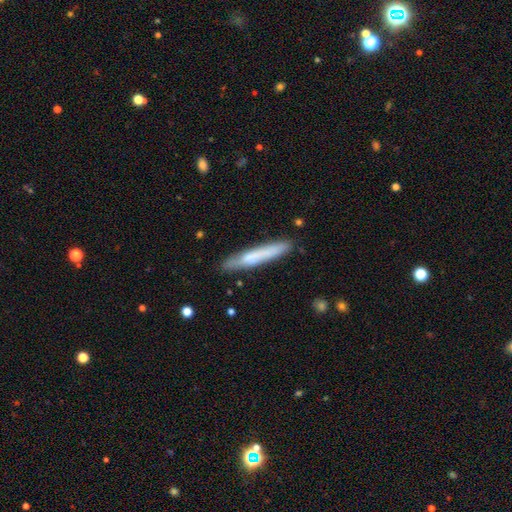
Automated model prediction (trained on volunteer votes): Smooth or featured? Predicted: smooth (p=0.63). How rounded? Predicted: cigar-shaped (p=0.95). Merging? Predicted: none (p=0.85).